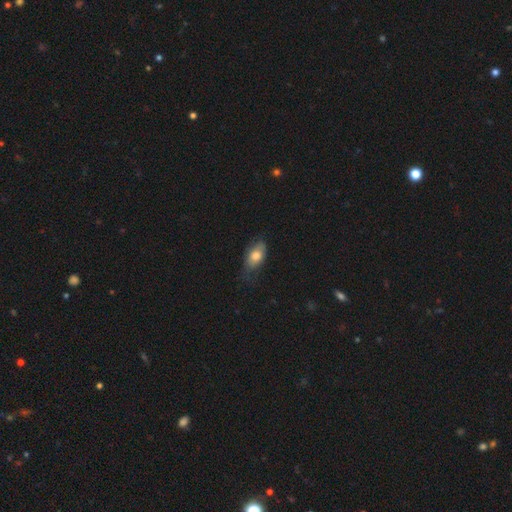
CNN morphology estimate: Overall: smooth (74%). How rounded: in between (89%). Merging: none (57%; minor disturbance 32%).